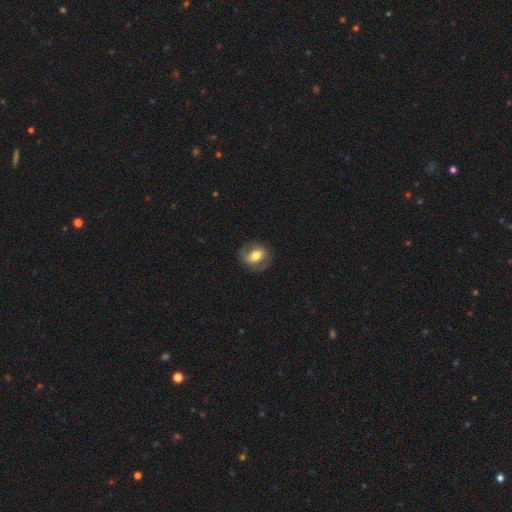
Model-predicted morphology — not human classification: The model was most divided on "smooth or featured": smooth: 50%, featured or disk: 43%, star or artifact: 8%. More confident: merging — none (75%).